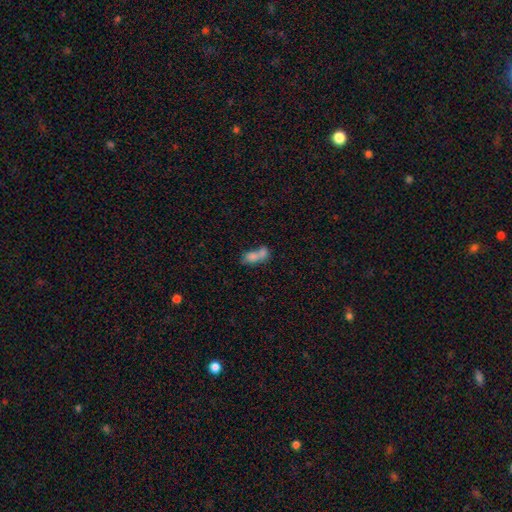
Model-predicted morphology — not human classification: smooth_or_featured: smooth (p=0.72) [alt: featured or disk p=0.18]
how_rounded: in between (p=0.76) [alt: round p=0.16]
merging: merger (p=0.70) [alt: none p=0.17]